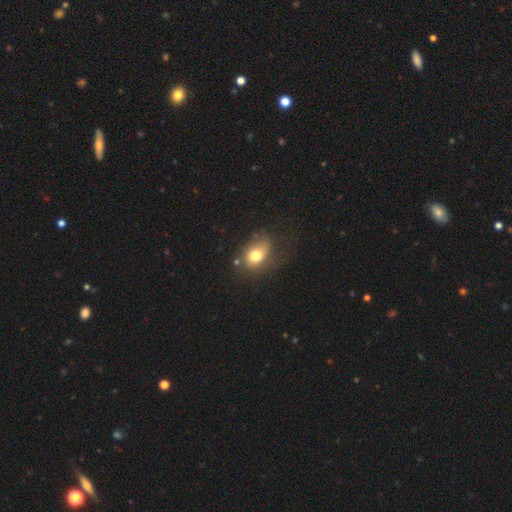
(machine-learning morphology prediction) Smooth or featured?
  - smooth: 73% *
  - featured or disk: 16%
  - star or artifact: 11%
How rounded?
  - in between: 62% *
  - round: 36%
  - cigar-shaped: 1%
Merging?
  - none: 53% *
  - minor disturbance: 27%
  - major disturbance: 14%
  - merger: 5%